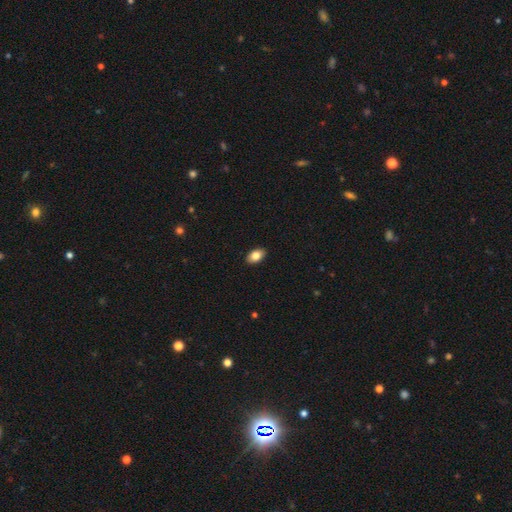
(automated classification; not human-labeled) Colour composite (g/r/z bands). It shows a smooth galaxy with no disk features (83%) that is in between round and cigar-shaped (91%). Merging: none (90%).